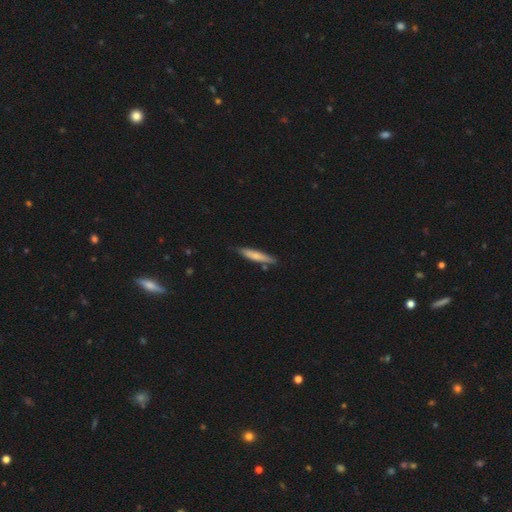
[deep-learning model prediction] Overall: smooth (66%; featured or disk 29%). How rounded: cigar-shaped (87%). Merging: none (76%).